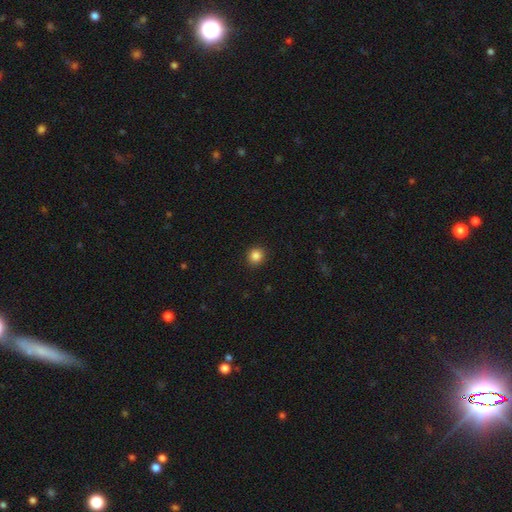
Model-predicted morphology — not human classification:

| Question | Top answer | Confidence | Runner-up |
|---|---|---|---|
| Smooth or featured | smooth | 86% | star or artifact (11%) |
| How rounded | round | 88% | in between (12%) |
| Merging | none | 92% | minor disturbance (6%) |